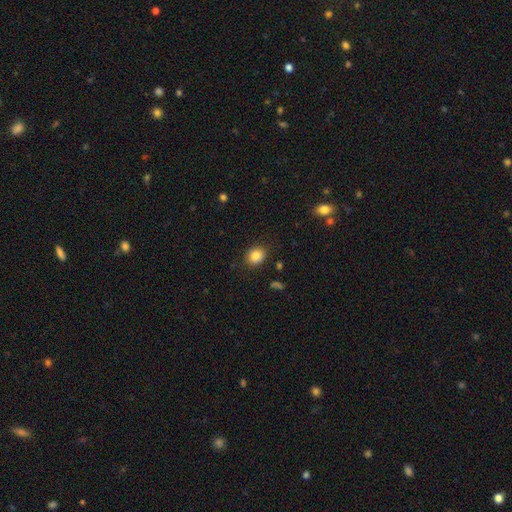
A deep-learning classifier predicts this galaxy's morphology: Smooth or featured: smooth — 85% (star or artifact — 9%)
How rounded: round — 61% (in between — 38%)
Merging: none — 85% (minor disturbance — 10%)